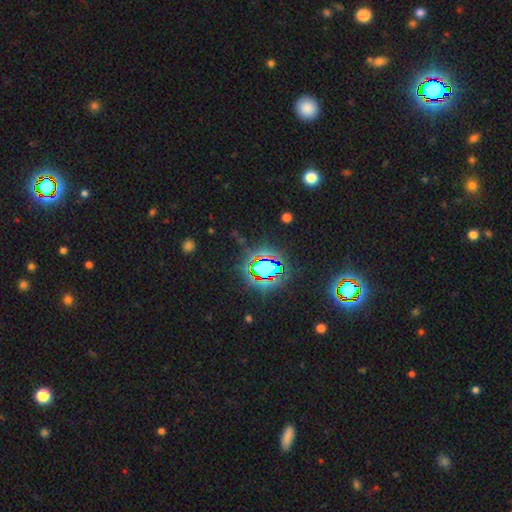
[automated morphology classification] A star or artifact, not a galaxy (80%).

Vote fractions:
- Smooth or featured? star or artifact: 80% / smooth: 12% / featured or disk: 8%